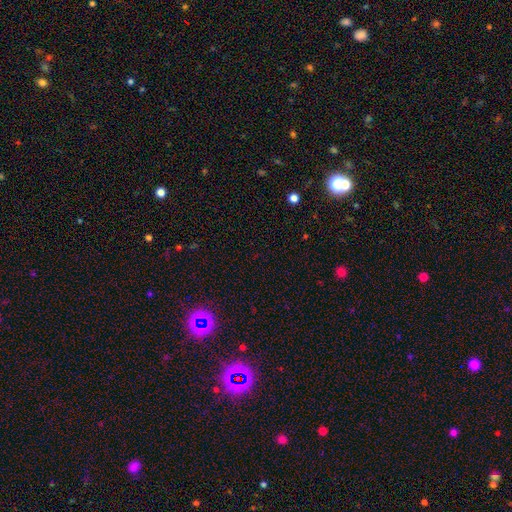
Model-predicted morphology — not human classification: Q: Smooth or featured?
A: star or artifact (68%); runner-up: smooth (24%)